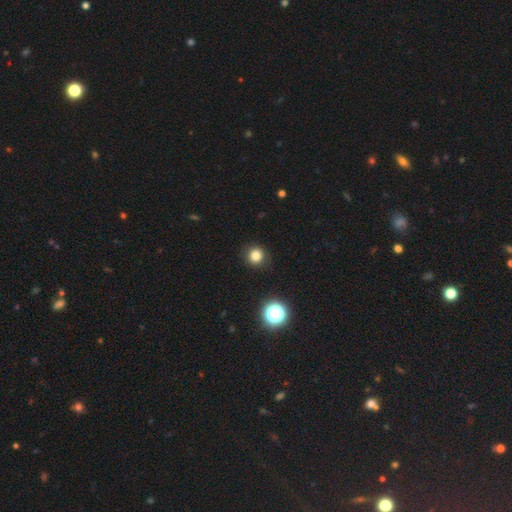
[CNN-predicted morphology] smooth_or_featured: smooth (p=0.80) [alt: star or artifact p=0.15]
how_rounded: round (p=0.91) [alt: in between p=0.08]
merging: none (p=0.90) [alt: minor disturbance p=0.07]